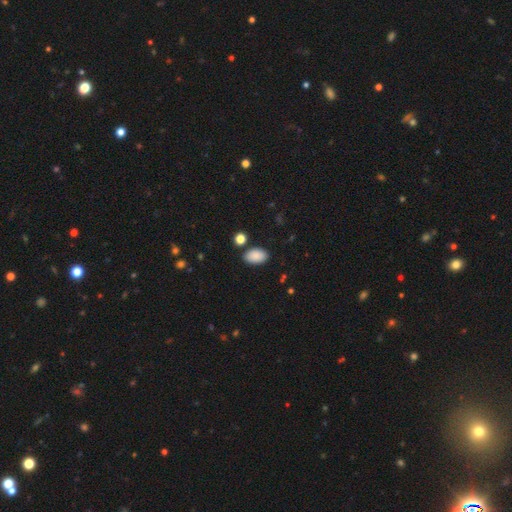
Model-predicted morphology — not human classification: Overall: smooth (89%). How rounded: in between (92%). Merging: none (84%).